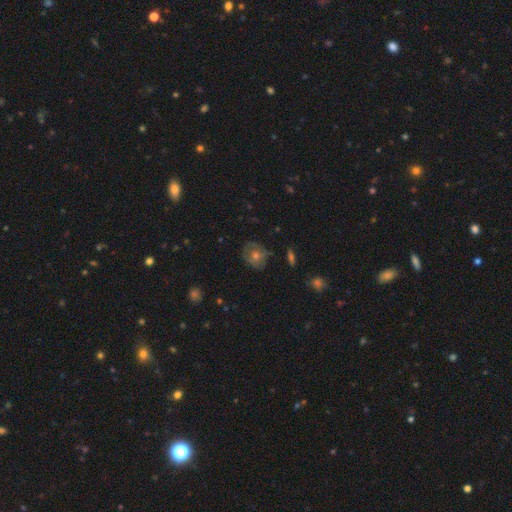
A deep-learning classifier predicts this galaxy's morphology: Smooth or featured: smooth — 44% (featured or disk — 41%)
Merging: none — 77% (minor disturbance — 16%)